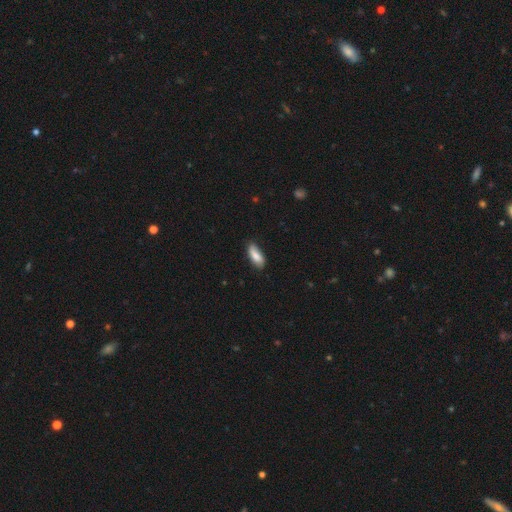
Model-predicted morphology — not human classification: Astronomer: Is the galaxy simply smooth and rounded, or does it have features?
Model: smooth — 81%.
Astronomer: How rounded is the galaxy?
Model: in between — 74%.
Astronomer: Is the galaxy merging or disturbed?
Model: none — 71%.